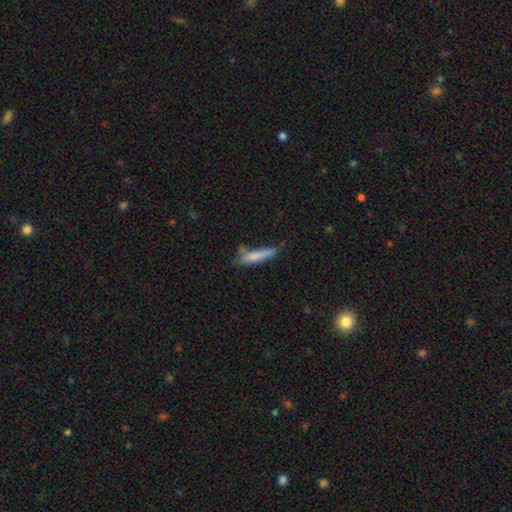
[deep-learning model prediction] A smooth galaxy with no disk features (76%) that is cigar-shaped (86%). Merging: none (57%).